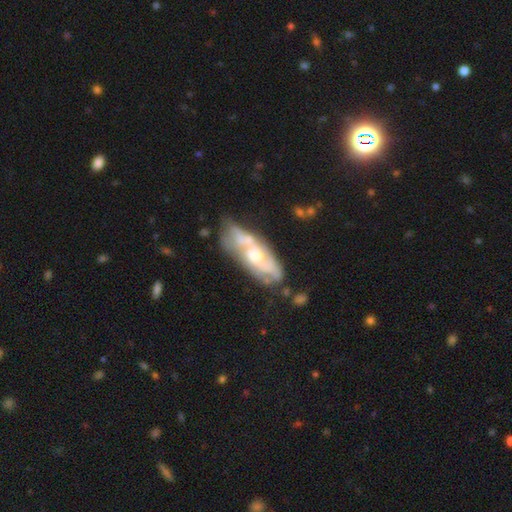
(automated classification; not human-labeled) Smooth or featured?
  - featured or disk: 74% *
  - smooth: 20%
  - star or artifact: 6%
Edge-on disk?
  - no: 89% *
  - yes: 11%
Bar?
  - no: 70% *
  - weak: 25%
  - strong: 6%
Spiral arms?
  - yes: 76% *
  - no: 24%
Spiral winding?
  - tight: 43% *
  - medium: 41%
  - loose: 17%
Spiral arm count?
  - can't tell: 41% *
  - 2: 40%
  - 3: 10%
  - 1: 4%
  - 4: 3%
  - more than 4: 2%
Bulge size?
  - moderate: 58% *
  - small: 33%
  - large: 5%
  - none: 2%
  - dominant: 1%
Merging?
  - none: 48% *
  - minor disturbance: 23%
  - merger: 18%
  - major disturbance: 12%